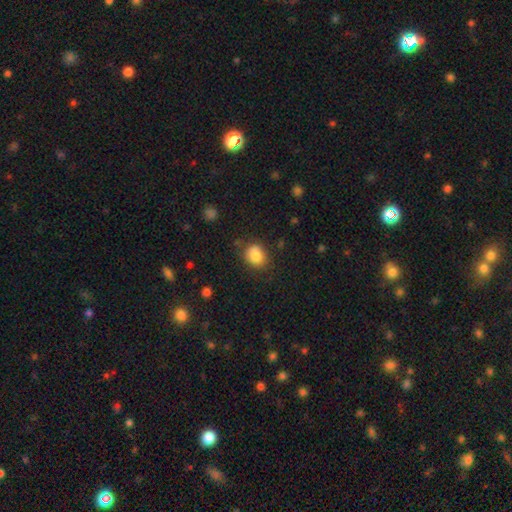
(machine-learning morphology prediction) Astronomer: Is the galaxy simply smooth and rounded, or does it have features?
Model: smooth — 81%.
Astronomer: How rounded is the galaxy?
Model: round — 59% (runner-up: in between, 41%).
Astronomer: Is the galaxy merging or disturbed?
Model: none — 66%.